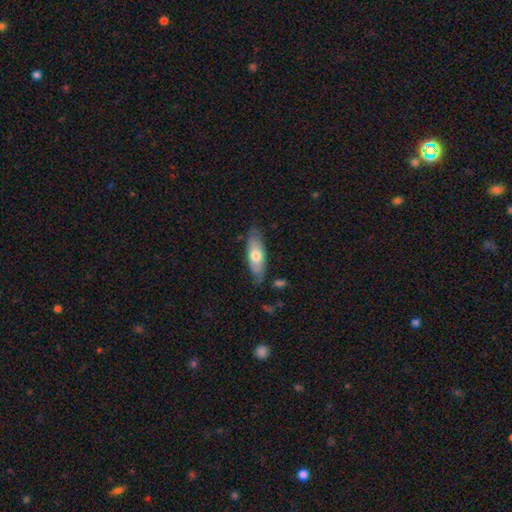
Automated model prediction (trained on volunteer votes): Q: Smooth or featured?
A: smooth (62%); runner-up: featured or disk (33%)
Q: How rounded?
A: in between (67%); runner-up: cigar-shaped (31%)
Q: Merging?
A: none (73%); runner-up: minor disturbance (21%)